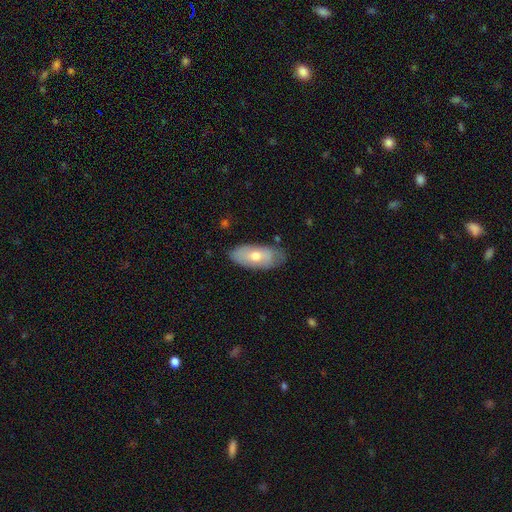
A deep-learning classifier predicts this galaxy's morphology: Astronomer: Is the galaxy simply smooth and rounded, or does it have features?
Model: smooth — 61%.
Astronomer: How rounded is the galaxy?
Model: in between — 88%.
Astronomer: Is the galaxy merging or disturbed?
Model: none — 74%.